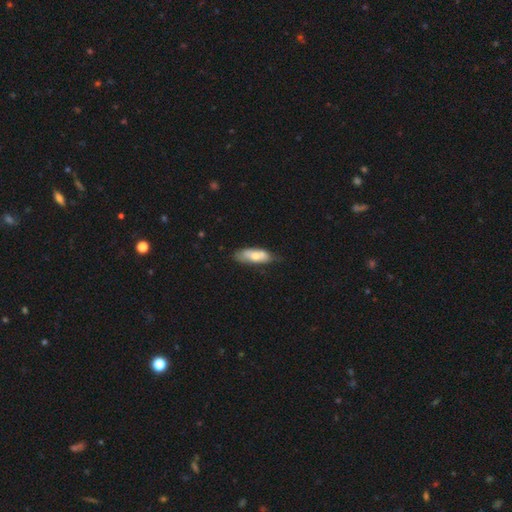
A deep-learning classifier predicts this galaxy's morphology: The model was most divided on "smooth or featured": smooth: 60%, featured or disk: 34%, star or artifact: 6%. More confident: how rounded — in between (73%); merging — none (59%).